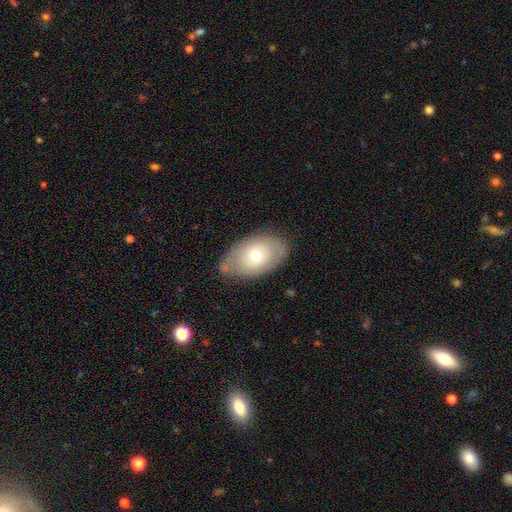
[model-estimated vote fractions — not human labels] A smooth galaxy with no disk features (56%) that is in between round and cigar-shaped (88%).

Vote fractions:
- Smooth or featured? smooth: 56% / featured or disk: 37% / star or artifact: 7%
- How rounded? in between: 88% / round: 11% / cigar-shaped: 1%
- Merging? none: 70% / minor disturbance: 22% / major disturbance: 5% / merger: 3%